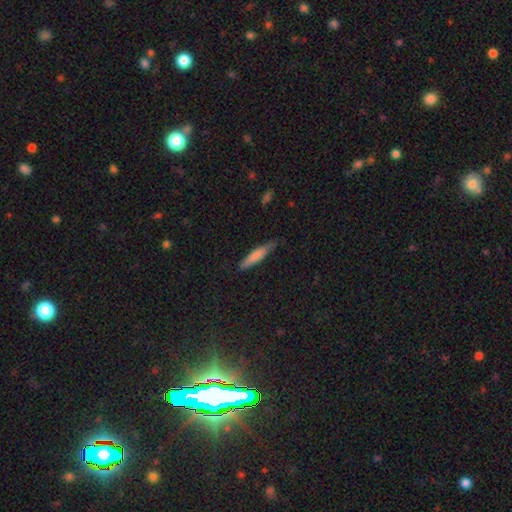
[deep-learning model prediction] Morphology: type=smooth (75%); roundness=cigar-shaped (85%); merging=none (75%).